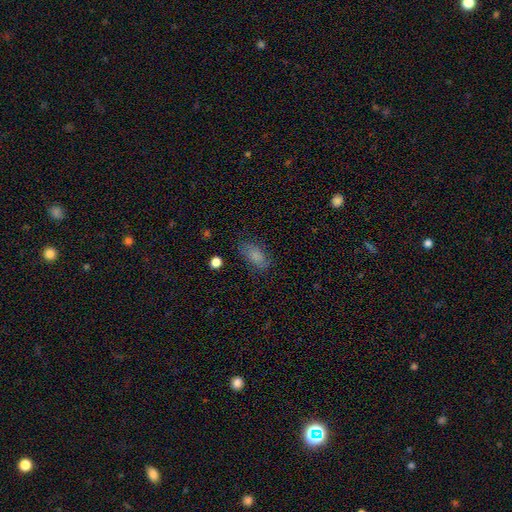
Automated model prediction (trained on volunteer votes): This appears to be a smooth galaxy with no disk features (78%) that is in between round and cigar-shaped (89%). Merging: none (75%).